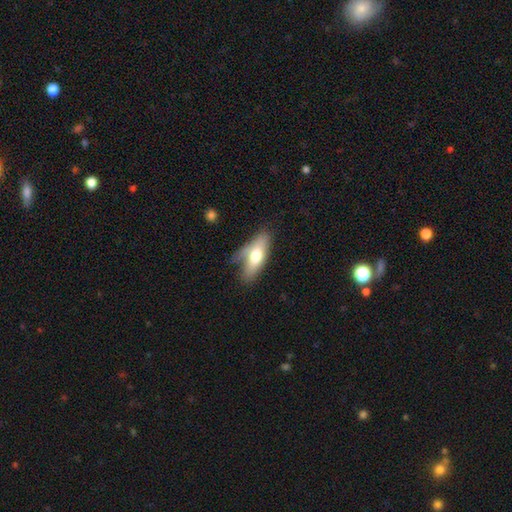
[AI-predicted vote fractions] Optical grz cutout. It shows a smooth galaxy with no disk features (64%) that is in between round and cigar-shaped (66%). Merging: none (49%).